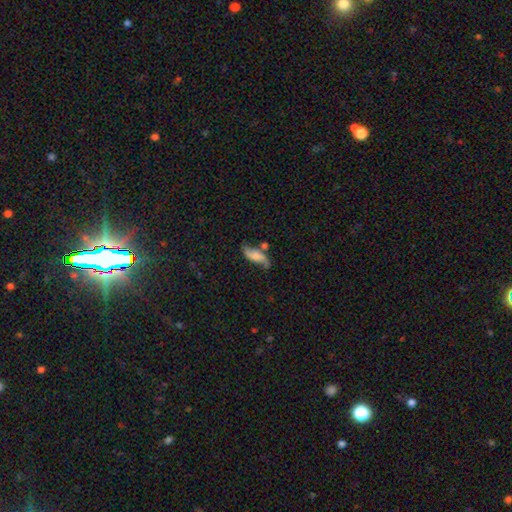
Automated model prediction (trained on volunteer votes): smooth_or_featured: featured or disk (p=0.54) [alt: smooth p=0.37]
disk_edge_on: no (p=0.87) [alt: yes p=0.13]
merging: none (p=0.53) [alt: minor disturbance p=0.23]